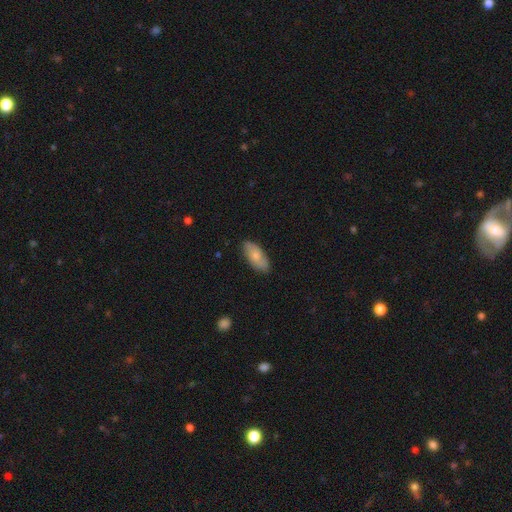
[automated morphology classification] Q: Smooth or featured?
A: smooth (69%); runner-up: featured or disk (26%)
Q: How rounded?
A: in between (89%); runner-up: cigar-shaped (8%)
Q: Merging?
A: none (79%); runner-up: minor disturbance (17%)